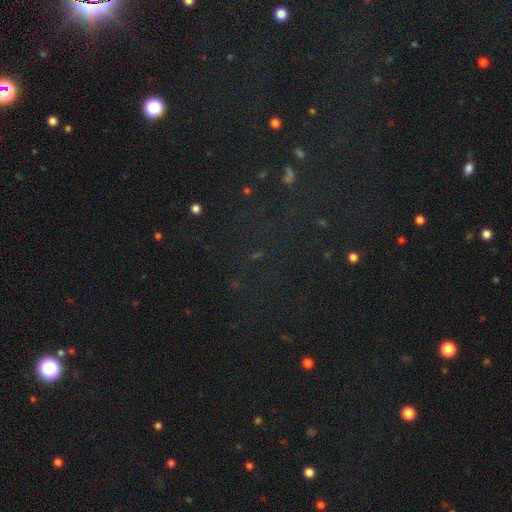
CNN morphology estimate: Smooth or featured?
  - star or artifact: 74% *
  - smooth: 17%
  - featured or disk: 9%